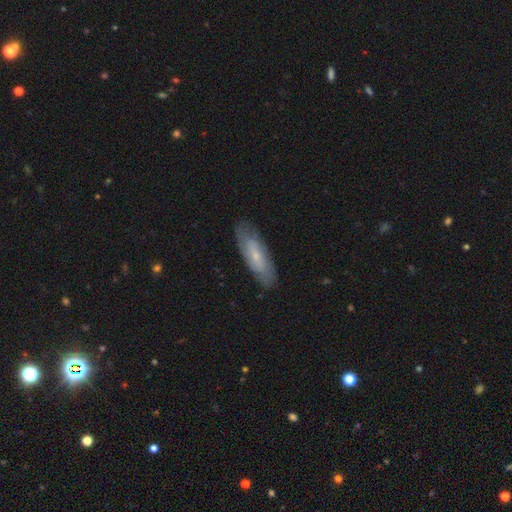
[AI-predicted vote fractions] Overall: smooth (49%; featured or disk 45%). Merging: none (81%).